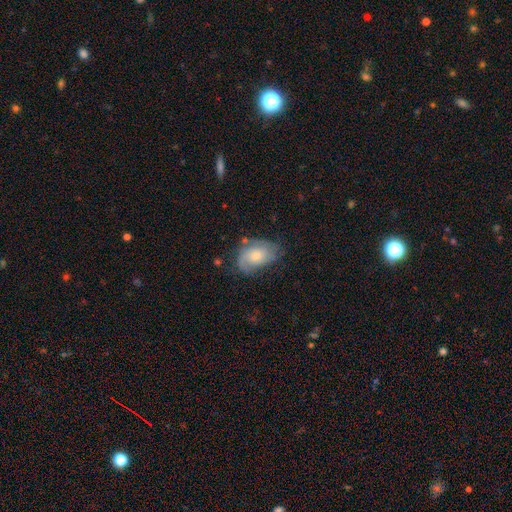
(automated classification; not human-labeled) Overall: smooth (49%; featured or disk 43%). Merging: none (55%; minor disturbance 29%).